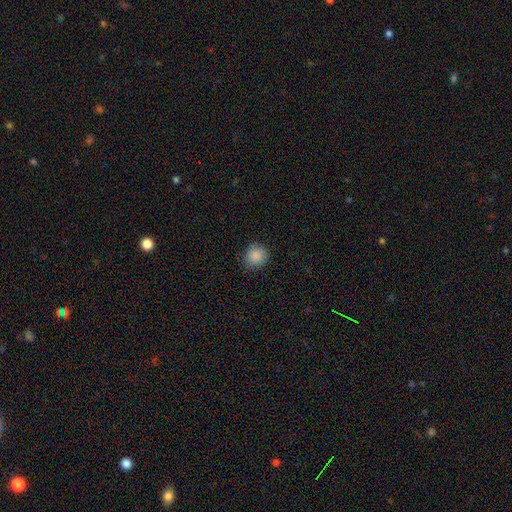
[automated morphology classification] A smooth galaxy with no disk features (87%) that is round (85%).

Vote fractions:
- Smooth or featured? smooth: 87% / star or artifact: 9% / featured or disk: 3%
- How rounded? round: 85% / in between: 14% / cigar-shaped: 1%
- Merging? none: 86% / minor disturbance: 11% / major disturbance: 2% / merger: 1%